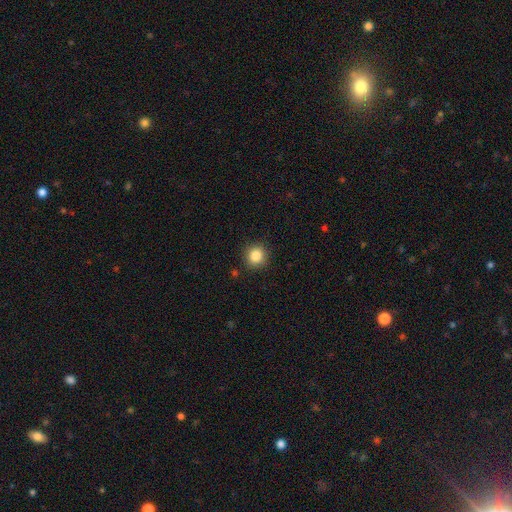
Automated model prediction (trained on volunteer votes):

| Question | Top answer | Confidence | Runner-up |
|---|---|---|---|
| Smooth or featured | smooth | 85% | star or artifact (10%) |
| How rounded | round | 90% | in between (9%) |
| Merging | none | 90% | minor disturbance (7%) |